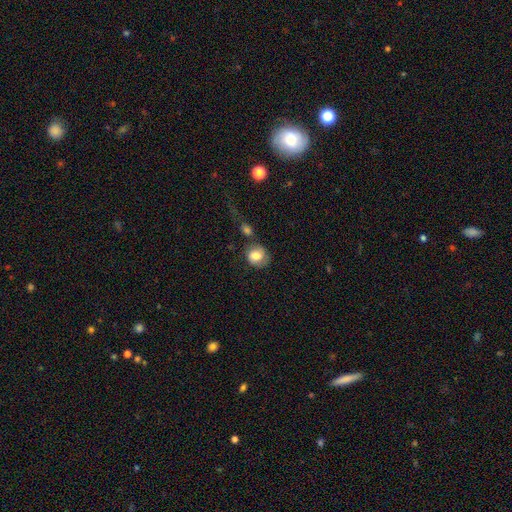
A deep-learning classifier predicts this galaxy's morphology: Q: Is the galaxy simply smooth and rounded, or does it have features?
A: smooth — 72%.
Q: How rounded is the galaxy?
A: round — 75%.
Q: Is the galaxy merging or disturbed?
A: none — 47%.